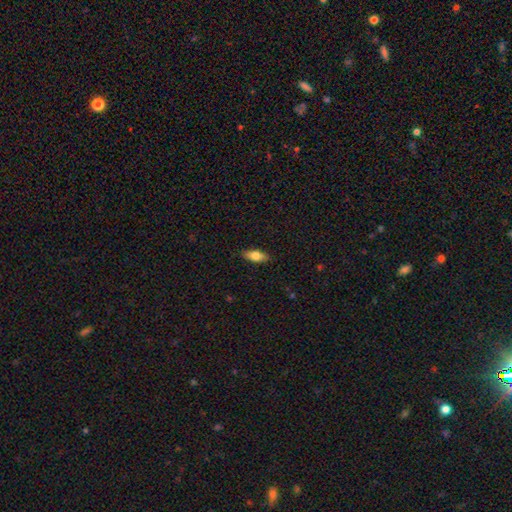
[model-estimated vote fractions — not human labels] The model was most divided on "smooth or featured": smooth: 70%, featured or disk: 24%, star or artifact: 7%. More confident: merging — none (88%); how rounded — in between (71%).